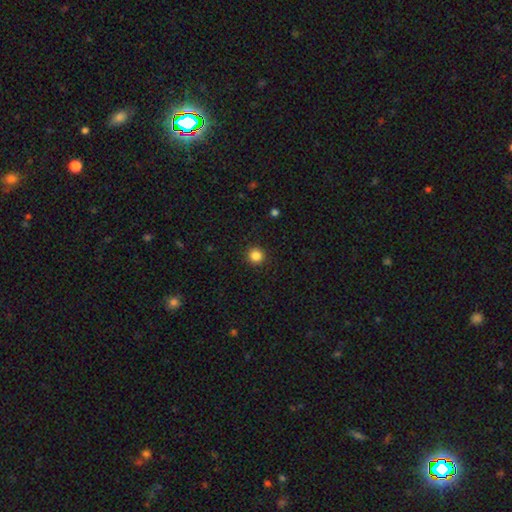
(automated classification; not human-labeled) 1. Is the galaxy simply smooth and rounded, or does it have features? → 85% smooth, 11% star or artifact, 4% featured or disk.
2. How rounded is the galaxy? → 95% round, 4% in between, 1% cigar-shaped.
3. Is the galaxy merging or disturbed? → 92% none, 5% minor disturbance, 2% major disturbance, 1% merger.